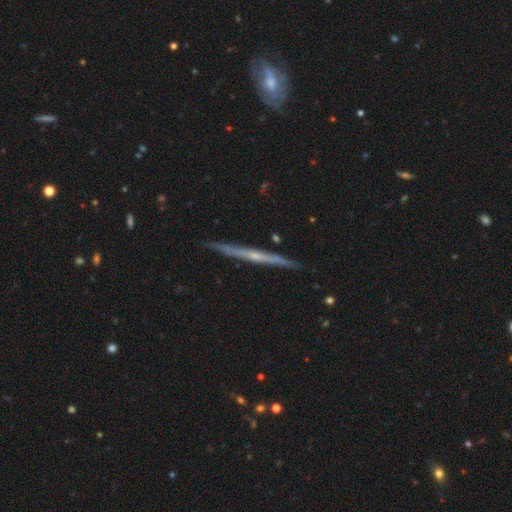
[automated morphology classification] Q: Smooth or featured?
A: featured or disk (75%); runner-up: smooth (19%)
Q: Edge-on disk?
A: yes (98%); runner-up: no (2%)
Q: Edge-on bulge?
A: rounded (47%); tied with: none (47%)
Q: Merging?
A: none (90%); runner-up: minor disturbance (7%)